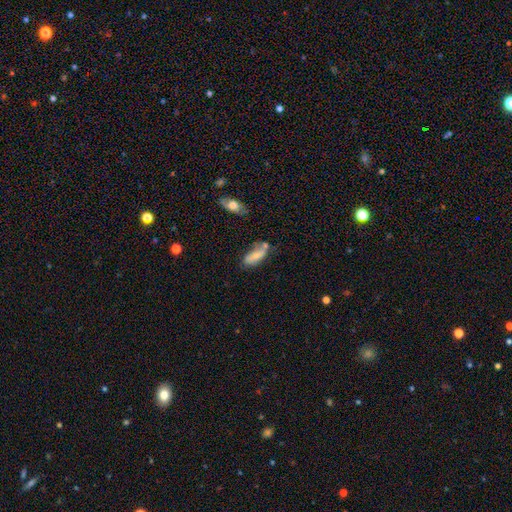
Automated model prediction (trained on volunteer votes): Smooth or featured? Predicted: smooth (p=0.70). How rounded? Predicted: in between (p=0.75). Merging? Predicted: none (p=0.48).